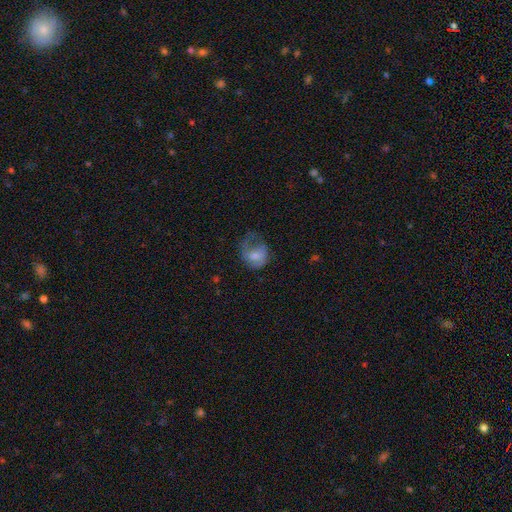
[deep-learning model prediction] This appears to be a smooth galaxy with no disk features (51%) that is in between round and cigar-shaped (51%). Merging: major disturbance (46%).